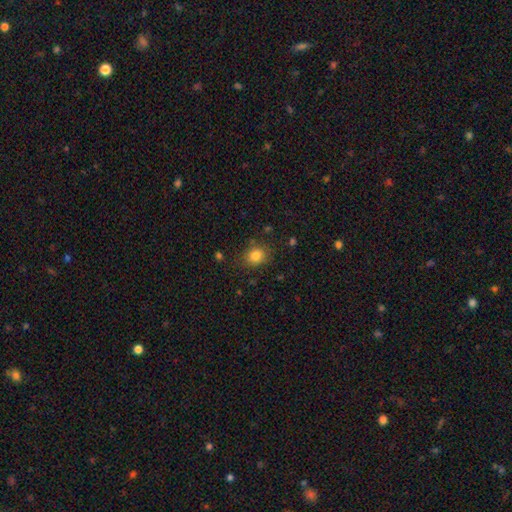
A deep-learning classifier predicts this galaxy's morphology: Smooth or featured?
  - smooth: 83% *
  - star or artifact: 11%
  - featured or disk: 6%
How rounded?
  - round: 59% *
  - in between: 40%
  - cigar-shaped: 1%
Merging?
  - none: 81% *
  - minor disturbance: 13%
  - major disturbance: 4%
  - merger: 2%